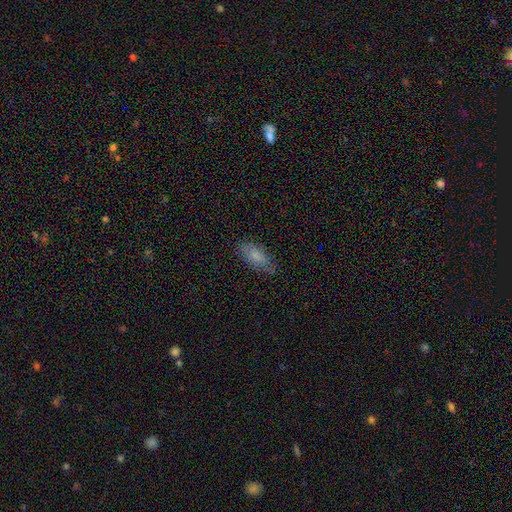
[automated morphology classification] The model was most divided on "merging": none: 77%, minor disturbance: 18%, major disturbance: 4%, merger: 1%. More confident: how rounded — in between (83%); smooth or featured — smooth (78%).